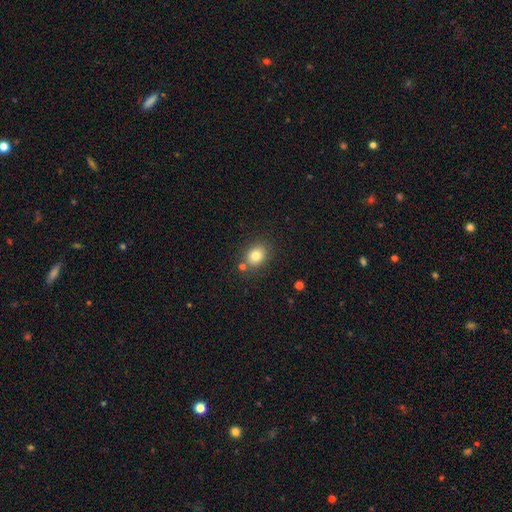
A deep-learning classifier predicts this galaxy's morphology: smooth 80%, star or artifact 11%, featured or disk 9%. Down the decision tree: how rounded — round (51%); merging — none (77%).